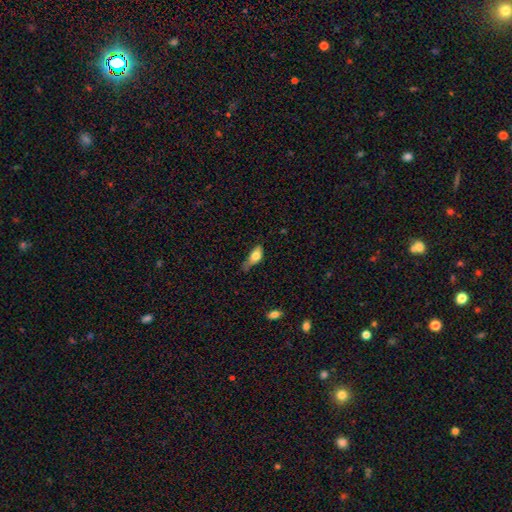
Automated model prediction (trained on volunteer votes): Smooth or featured? Predicted: smooth (p=0.73). How rounded? Predicted: in between (p=0.80). Merging? Predicted: minor disturbance (p=0.42).